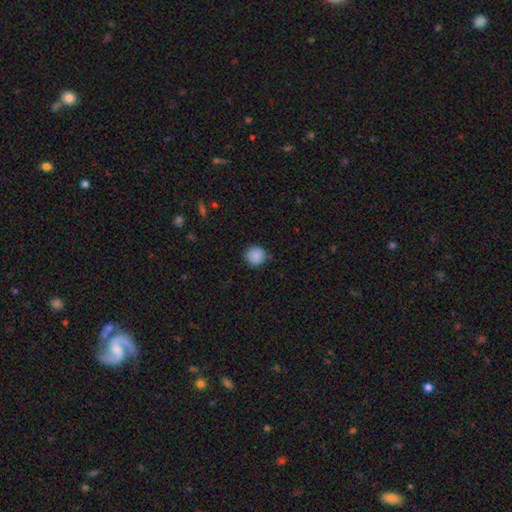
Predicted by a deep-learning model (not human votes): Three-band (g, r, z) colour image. It shows a smooth galaxy with no disk features (88%) that is round (93%). Merging: none (85%).